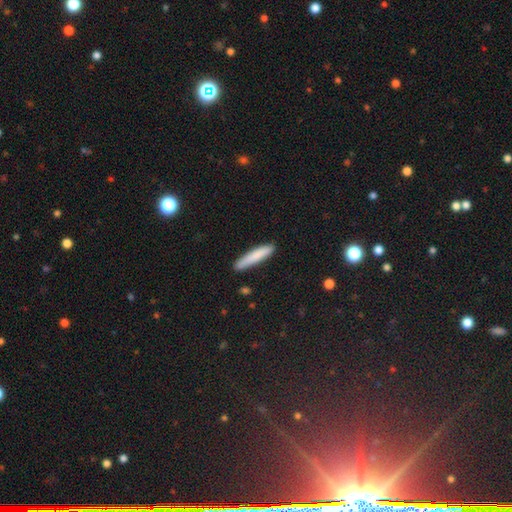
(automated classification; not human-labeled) Morphology: type=smooth (82%); roundness=cigar-shaped (91%); merging=none (86%).